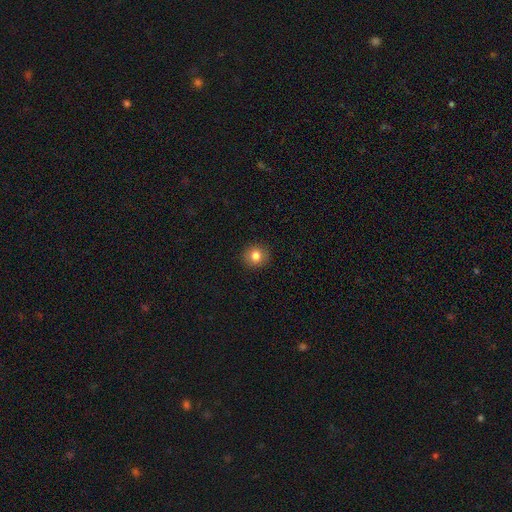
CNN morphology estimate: Smooth or featured? Predicted: smooth (p=0.82). How rounded? Predicted: round (p=0.91). Merging? Predicted: none (p=0.92).